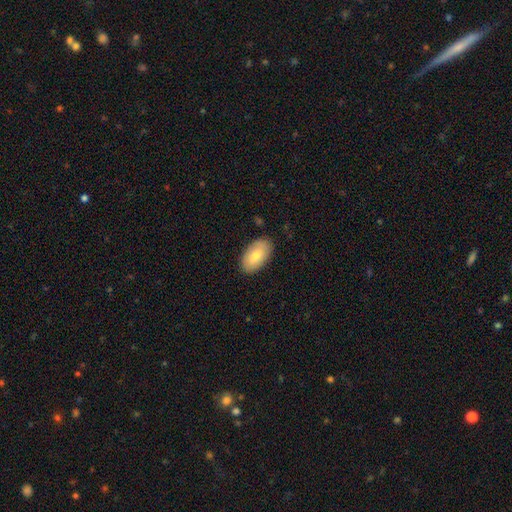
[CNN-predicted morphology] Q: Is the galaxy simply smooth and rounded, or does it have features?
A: smooth — 76%.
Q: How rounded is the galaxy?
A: in between — 95%.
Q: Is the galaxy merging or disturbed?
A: none — 86%.